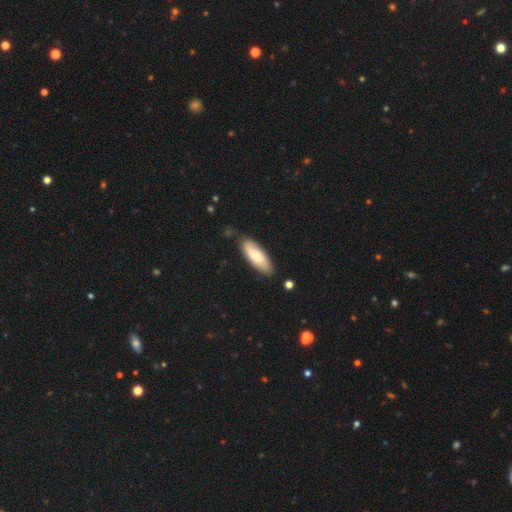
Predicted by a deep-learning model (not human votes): This is likely a smooth galaxy (68%). How rounded: likely in between (68%). Merging: likely none (76%).